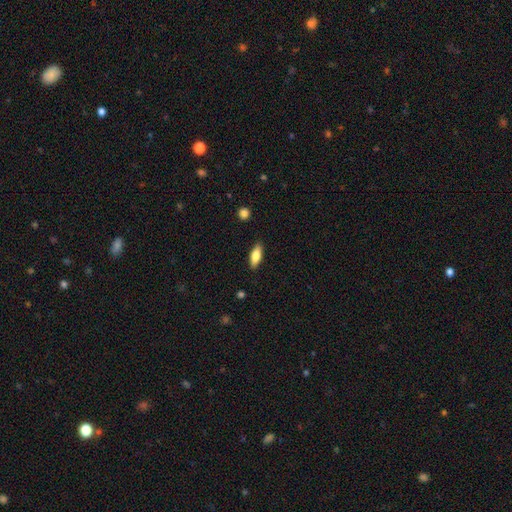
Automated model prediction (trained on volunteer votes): Smooth or featured?
  - smooth: 75% *
  - featured or disk: 18%
  - star or artifact: 6%
How rounded?
  - in between: 70% *
  - cigar-shaped: 27%
  - round: 2%
Merging?
  - none: 88% *
  - minor disturbance: 9%
  - major disturbance: 2%
  - merger: 1%